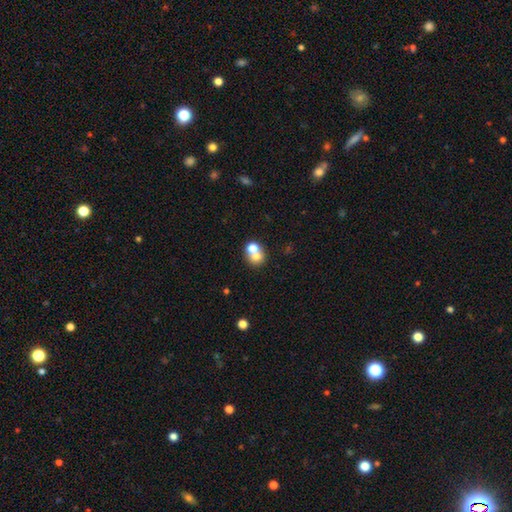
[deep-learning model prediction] smooth-or-featured: smooth: 69% | featured or disk: 18% | star or artifact: 13%
  how-rounded: round: 77% | in between: 22% | cigar-shaped: 1%
  merging: merger: 52% | none: 39% | minor disturbance: 6% | major disturbance: 3%